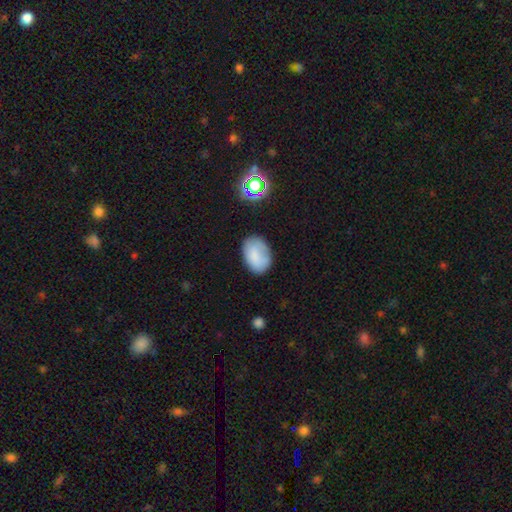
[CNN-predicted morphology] Smooth or featured? Predicted: smooth (p=0.80). How rounded? Predicted: in between (p=0.84). Merging? Predicted: none (p=0.72).